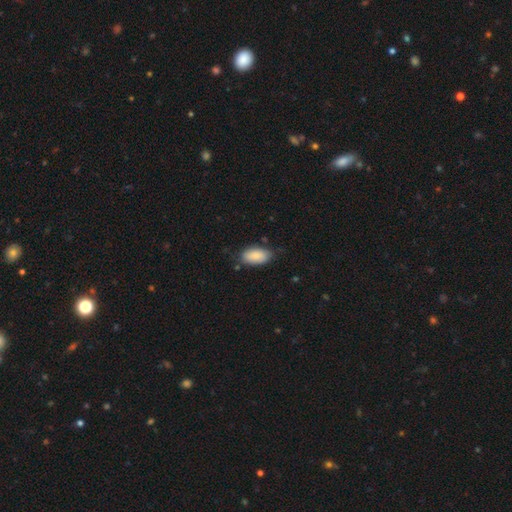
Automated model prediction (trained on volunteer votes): smooth 88%, star or artifact 6%, featured or disk 6%. Down the decision tree: how rounded — in between (94%); merging — none (74%).